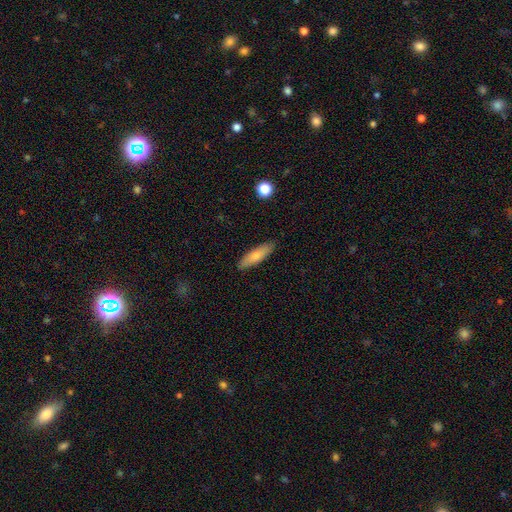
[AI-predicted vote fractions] The model was most divided on "how rounded": cigar-shaped: 62%, in between: 36%, round: 2%. More confident: merging — none (88%); smooth or featured — smooth (75%).